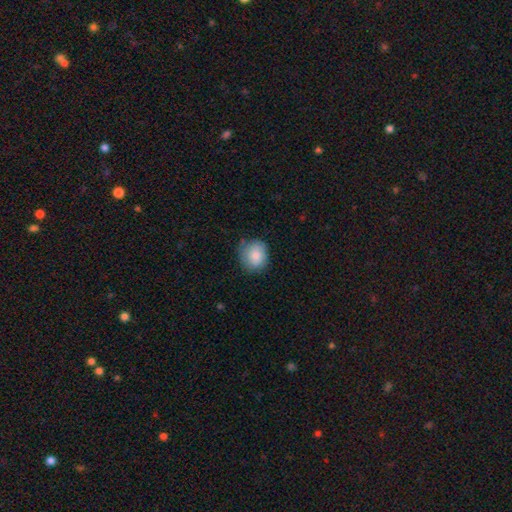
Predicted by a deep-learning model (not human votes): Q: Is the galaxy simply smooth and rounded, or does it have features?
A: smooth — 81%.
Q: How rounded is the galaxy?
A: round — 77%.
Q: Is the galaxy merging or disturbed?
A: none — 71%.